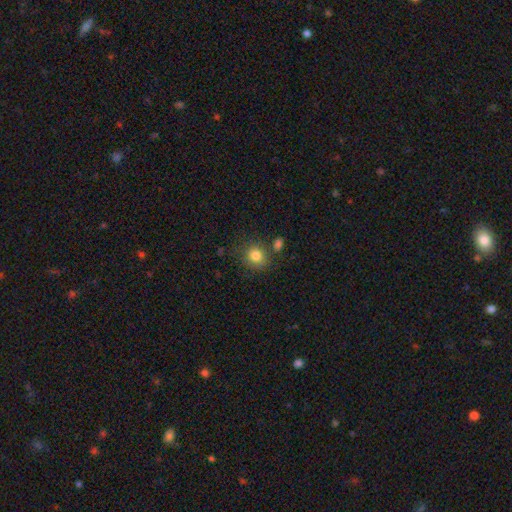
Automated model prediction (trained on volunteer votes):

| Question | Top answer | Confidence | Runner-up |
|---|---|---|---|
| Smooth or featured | smooth | 82% | star or artifact (10%) |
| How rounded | round | 76% | in between (23%) |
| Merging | none | 74% | minor disturbance (13%) |